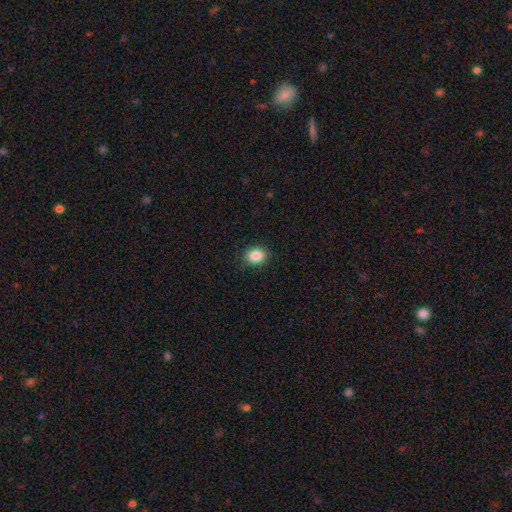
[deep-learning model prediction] Morphology: type=smooth (87%); roundness=in between (51%); merging=none (88%).